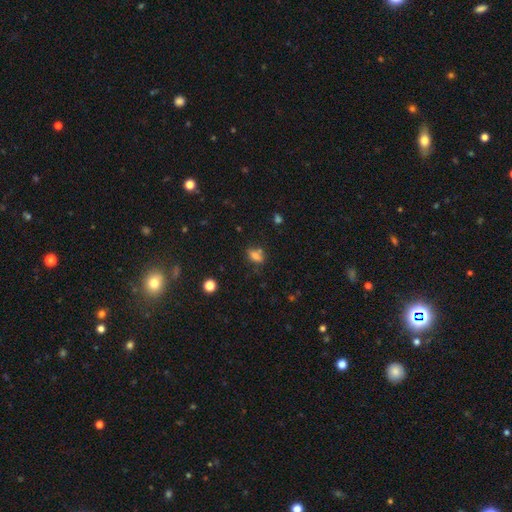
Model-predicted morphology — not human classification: A smooth galaxy with no disk features (72%) that is in between round and cigar-shaped (73%). Merging: none (57%).